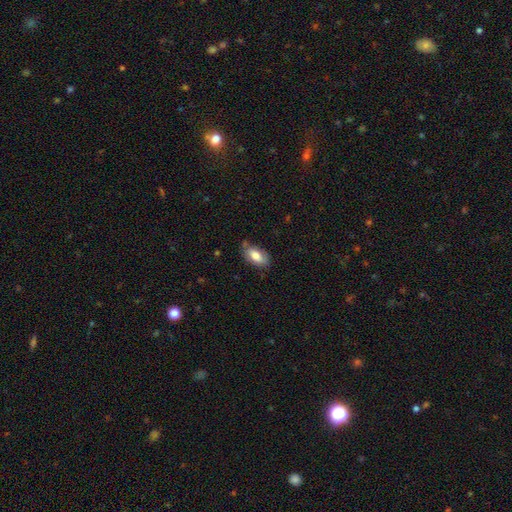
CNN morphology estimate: Smooth or featured: smooth — 76% (featured or disk — 17%)
How rounded: in between — 92% (cigar-shaped — 4%)
Merging: none — 70% (minor disturbance — 23%)